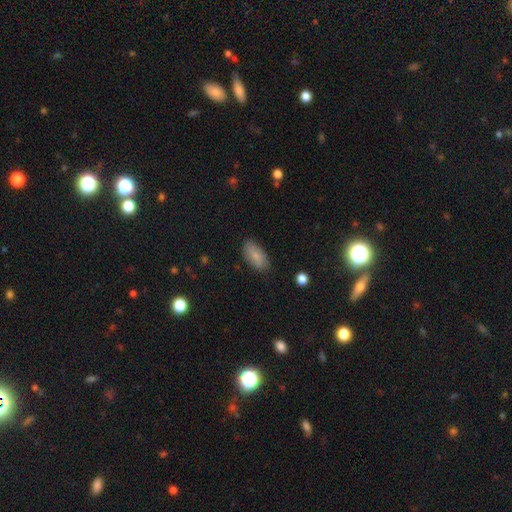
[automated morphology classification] This is likely a smooth galaxy (77%). How rounded: clearly in between (91%). Merging: clearly none (82%).